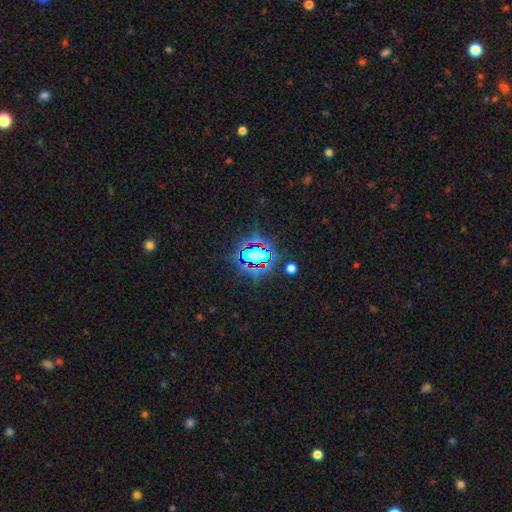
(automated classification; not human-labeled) smooth-or-featured: star or artifact: 64% | smooth: 23% | featured or disk: 13%